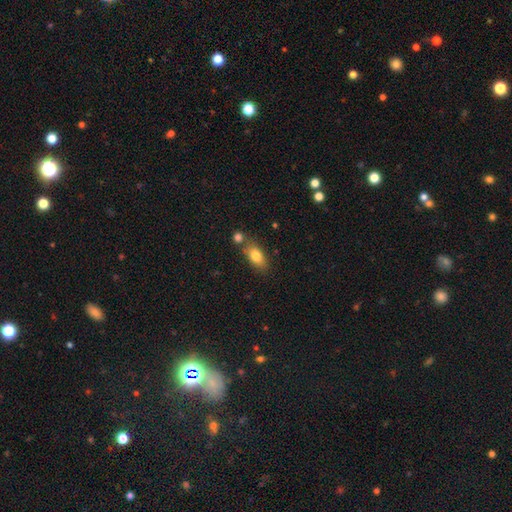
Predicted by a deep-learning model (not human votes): Smooth or featured? smooth (79%)
How rounded? in between (85%)
Merging? none (65%)